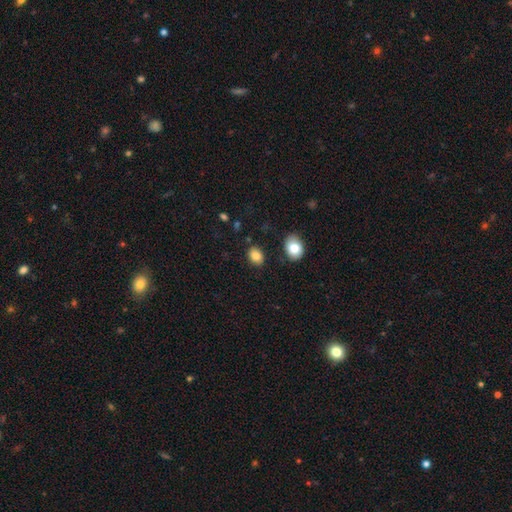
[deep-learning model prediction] A smooth galaxy with no disk features (84%) that is in between round and cigar-shaped (67%).

Vote fractions:
- Smooth or featured? smooth: 84% / star or artifact: 9% / featured or disk: 6%
- How rounded? in between: 67% / round: 32% / cigar-shaped: 1%
- Merging? none: 84% / minor disturbance: 10% / merger: 3% / major disturbance: 3%